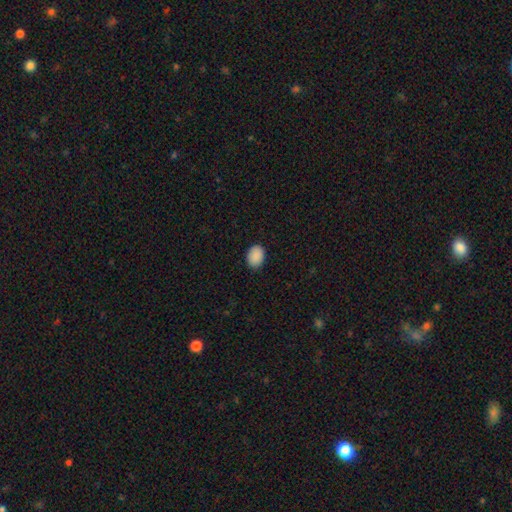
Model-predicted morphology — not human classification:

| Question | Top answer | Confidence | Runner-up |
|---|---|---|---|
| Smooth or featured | smooth | 90% | star or artifact (8%) |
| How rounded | in between | 67% | round (32%) |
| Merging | none | 89% | minor disturbance (8%) |